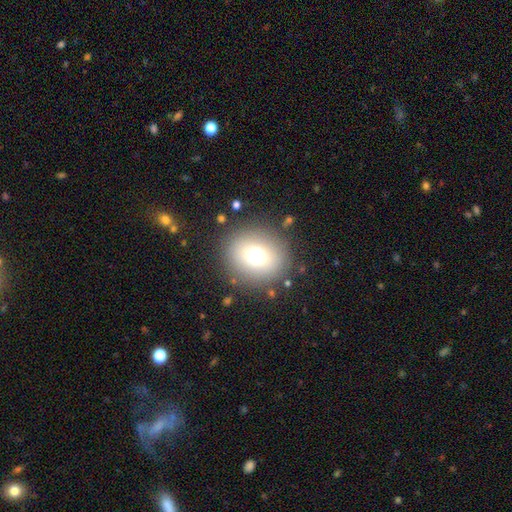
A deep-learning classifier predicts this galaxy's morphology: Smooth or featured? Predicted: smooth (p=0.67). How rounded? Predicted: round (p=0.83). Merging? Predicted: none (p=0.84).